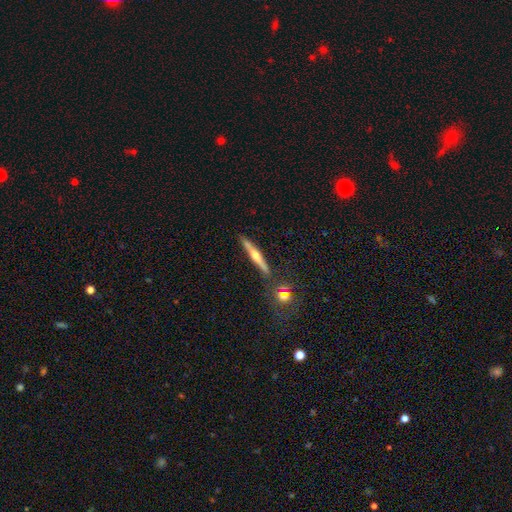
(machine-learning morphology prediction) type=featured or disk (66%); edge-on=yes (97%); edge-on bulge=rounded (88%); merging=none (86%).